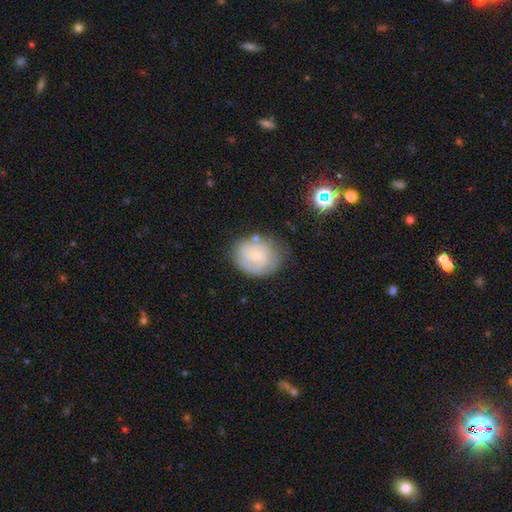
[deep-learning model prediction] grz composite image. It shows a featured or disk galaxy (71%) with no bar (70%), 2 (42%) tight (64%) spiral arms (93%) and a small central bulge (77%). Merging: none (72%).